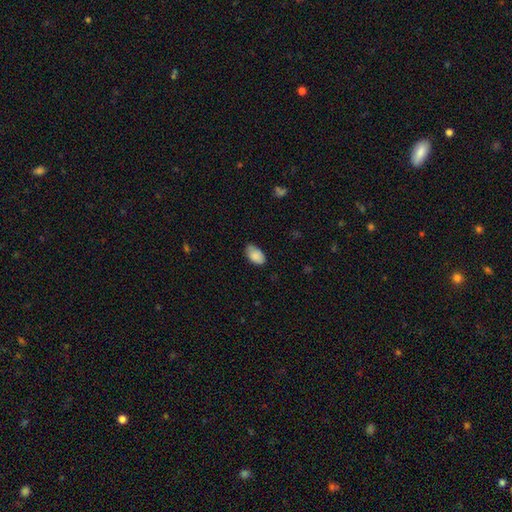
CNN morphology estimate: Smooth or featured? Predicted: smooth (p=0.86). How rounded? Predicted: in between (p=0.93). Merging? Predicted: none (p=0.66).